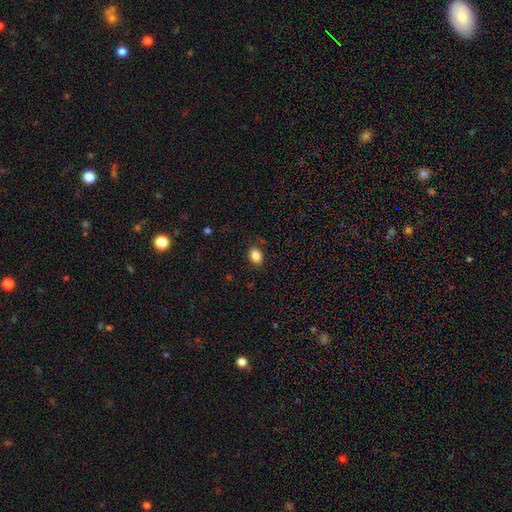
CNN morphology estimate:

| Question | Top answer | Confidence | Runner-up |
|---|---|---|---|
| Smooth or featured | smooth | 86% | star or artifact (9%) |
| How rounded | in between | 76% | round (23%) |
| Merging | none | 85% | minor disturbance (11%) |